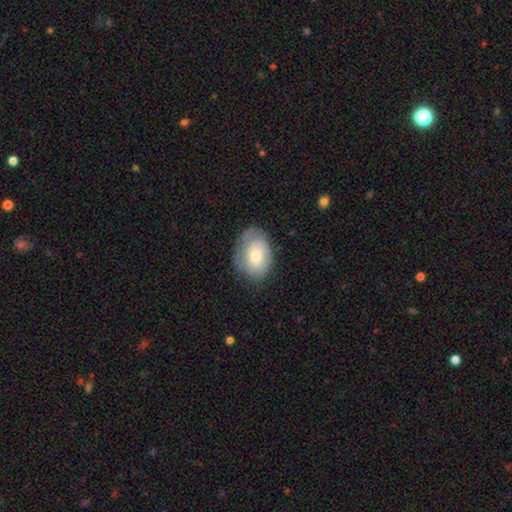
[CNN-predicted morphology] smooth-or-featured: smooth: 66% | featured or disk: 27% | star or artifact: 7%
  how-rounded: in between: 70% | round: 29% | cigar-shaped: 1%
  merging: none: 63% | minor disturbance: 26% | major disturbance: 9% | merger: 1%